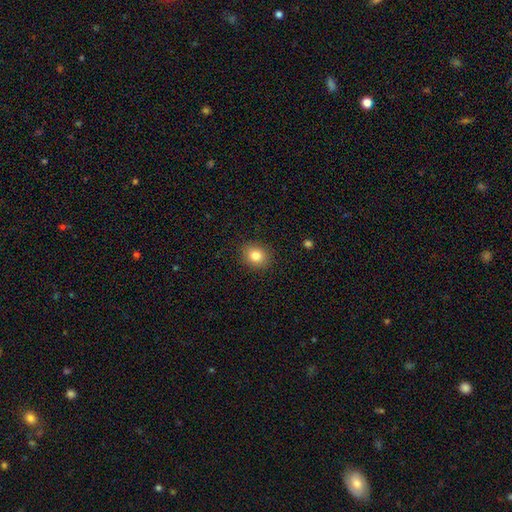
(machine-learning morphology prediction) Smooth or featured? Predicted: smooth (p=0.83). How rounded? Predicted: round (p=0.67). Merging? Predicted: none (p=0.89).